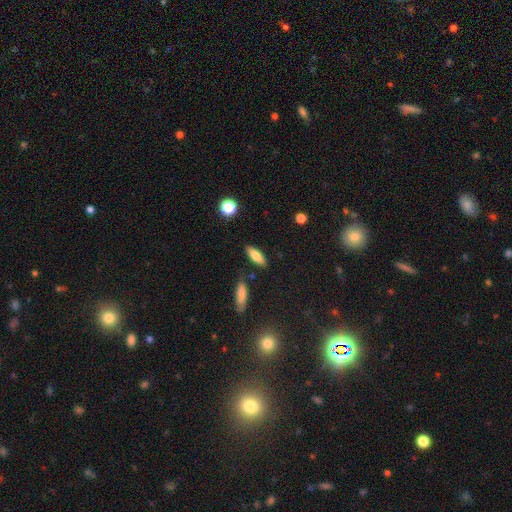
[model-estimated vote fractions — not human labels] smooth-or-featured: smooth: 75% | featured or disk: 17% | star or artifact: 8%
  how-rounded: in between: 60% | cigar-shaped: 37% | round: 3%
  merging: none: 83% | minor disturbance: 10% | merger: 4% | major disturbance: 3%